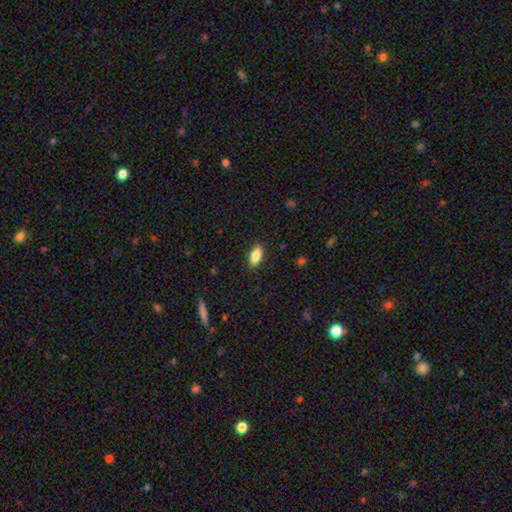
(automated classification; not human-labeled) A smooth galaxy with no disk features (86%) that is in between round and cigar-shaped (89%).

Vote fractions:
- Smooth or featured? smooth: 86% / star or artifact: 7% / featured or disk: 7%
- How rounded? in between: 89% / cigar-shaped: 8% / round: 3%
- Merging? none: 88% / minor disturbance: 9% / major disturbance: 2% / merger: 1%